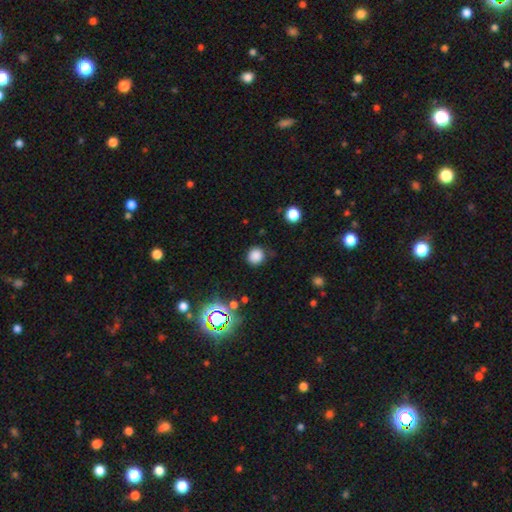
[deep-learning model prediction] A smooth galaxy with no disk features (81%) that is round (87%). Merging: none (83%).